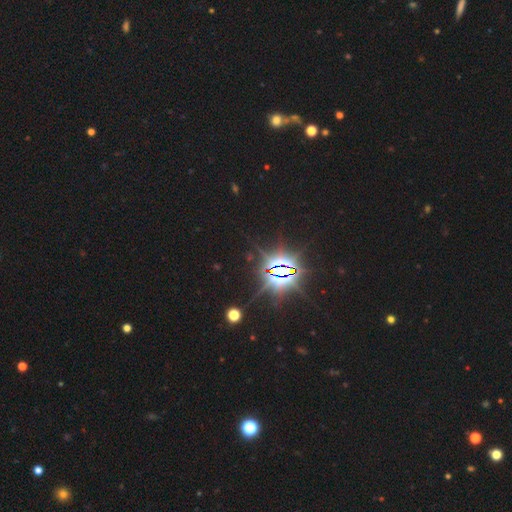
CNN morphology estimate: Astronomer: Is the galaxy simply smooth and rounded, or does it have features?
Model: star or artifact — 86%.